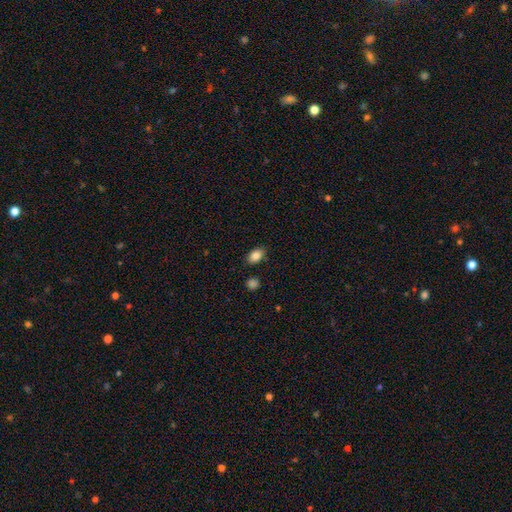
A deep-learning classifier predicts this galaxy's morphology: Overall: smooth (86%). How rounded: in between (85%). Merging: none (83%).